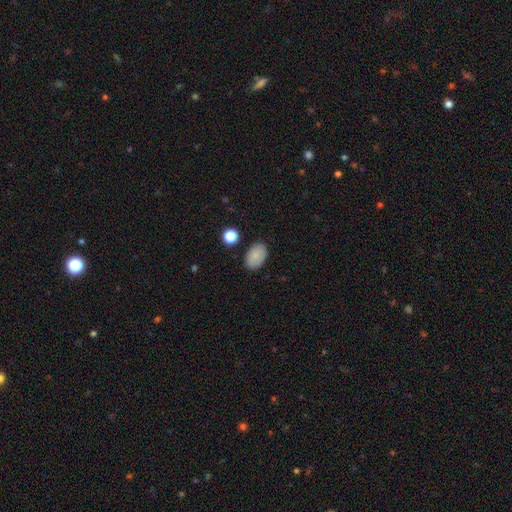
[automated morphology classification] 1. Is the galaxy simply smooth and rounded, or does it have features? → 85% smooth, 8% star or artifact, 7% featured or disk.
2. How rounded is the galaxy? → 88% in between, 11% round, 1% cigar-shaped.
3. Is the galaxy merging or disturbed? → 85% none, 10% minor disturbance, 3% major disturbance, 2% merger.